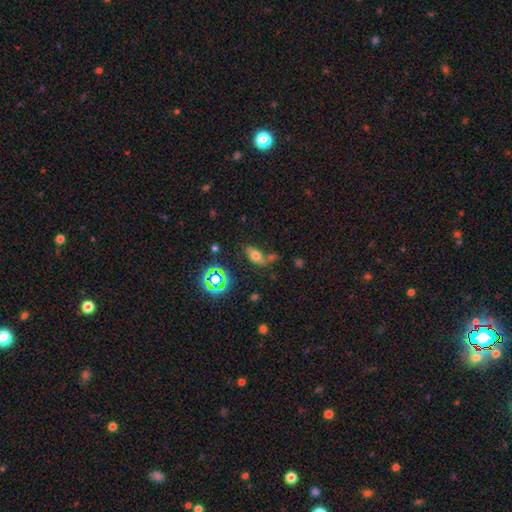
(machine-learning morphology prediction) Q: Smooth or featured?
A: smooth (61%); runner-up: star or artifact (20%)
Q: How rounded?
A: in between (80%); runner-up: round (11%)
Q: Merging?
A: none (46%); runner-up: merger (25%)